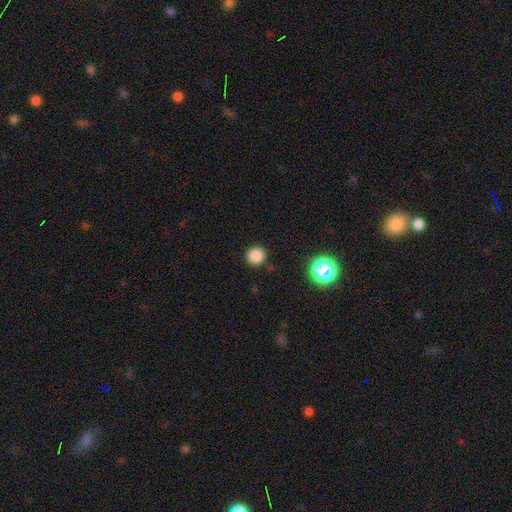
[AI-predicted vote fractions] Smooth or featured: smooth — 82% (star or artifact — 14%)
How rounded: round — 93% (in between — 6%)
Merging: none — 88% (minor disturbance — 8%)